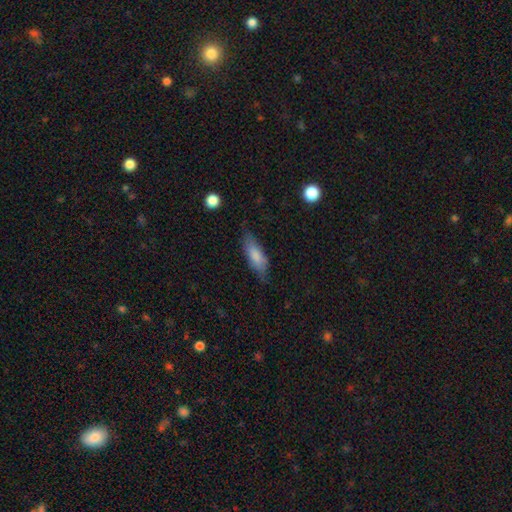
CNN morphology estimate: smooth_or_featured: smooth (p=0.79) [alt: featured or disk p=0.15]
how_rounded: in between (p=0.61) [alt: cigar-shaped p=0.37]
merging: none (p=0.70) [alt: minor disturbance p=0.23]